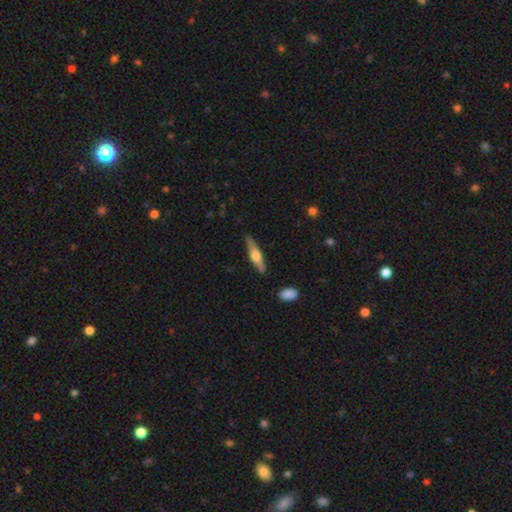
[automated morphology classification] Smooth or featured? Predicted: featured or disk (p=0.52). Edge-on disk? Predicted: yes (p=0.93). Merging? Predicted: none (p=0.83).